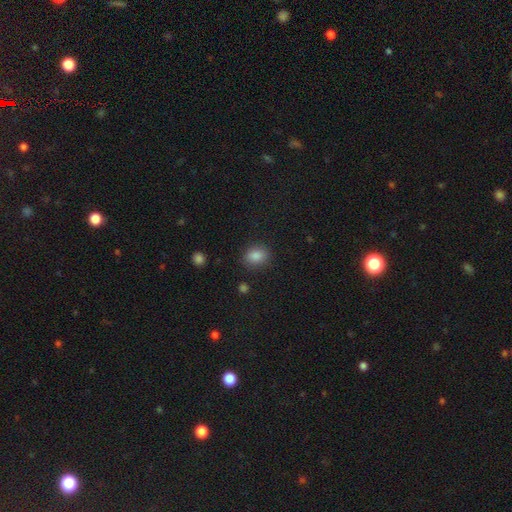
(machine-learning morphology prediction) Smooth or featured? Predicted: smooth (p=0.84). How rounded? Predicted: in between (p=0.54). Merging? Predicted: none (p=0.84).